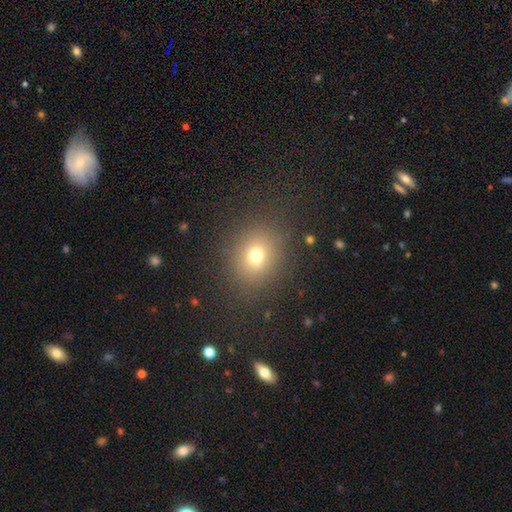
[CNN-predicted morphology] A smooth galaxy with no disk features (72%) that is round (67%). Merging: none (84%).